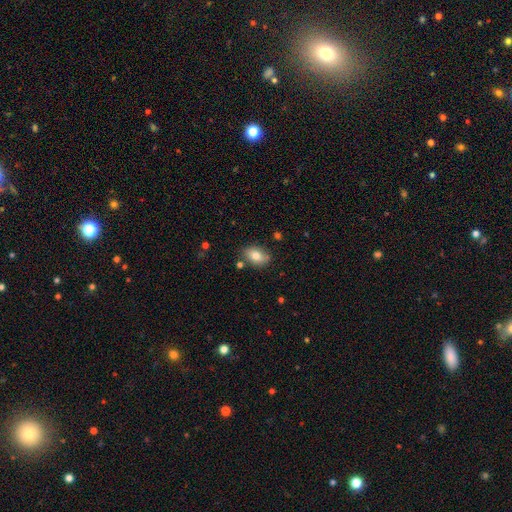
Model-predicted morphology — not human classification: The model was most divided on "smooth or featured": smooth: 77%, featured or disk: 14%, star or artifact: 9%. More confident: how rounded — in between (81%); merging — none (80%).